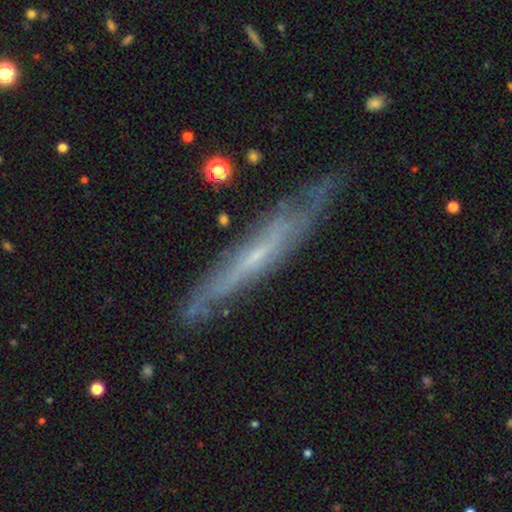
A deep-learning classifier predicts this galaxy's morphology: Smooth or featured?
  - featured or disk: 72% *
  - smooth: 21%
  - star or artifact: 7%
Edge-on disk?
  - yes: 72% *
  - no: 28%
Edge-on bulge?
  - none: 64% *
  - rounded: 31%
  - boxy: 5%
Merging?
  - none: 76% *
  - minor disturbance: 18%
  - major disturbance: 4%
  - merger: 2%